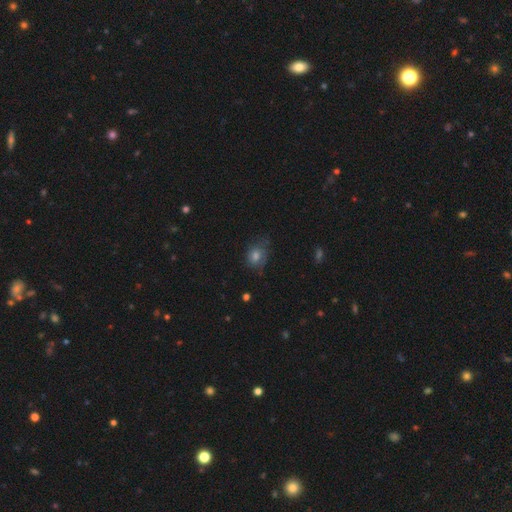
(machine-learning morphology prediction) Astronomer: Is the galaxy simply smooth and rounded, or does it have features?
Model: smooth — 69%.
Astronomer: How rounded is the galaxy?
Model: round — 52% (runner-up: in between, 46%).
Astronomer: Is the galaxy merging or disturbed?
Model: none — 59%.